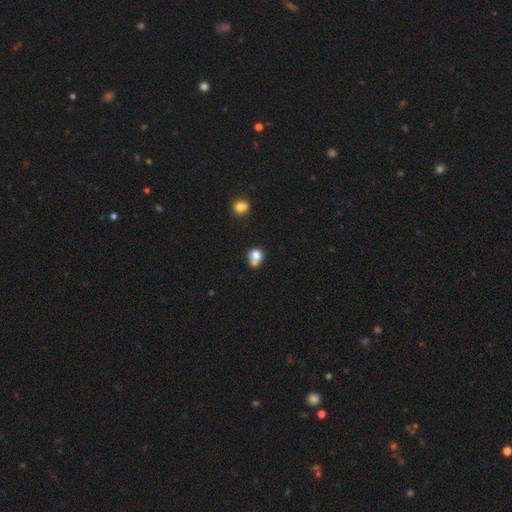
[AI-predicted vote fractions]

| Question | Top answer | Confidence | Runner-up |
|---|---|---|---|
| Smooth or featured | smooth | 78% | featured or disk (11%) |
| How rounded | round | 75% | in between (24%) |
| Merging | none | 42% | merger (38%) |